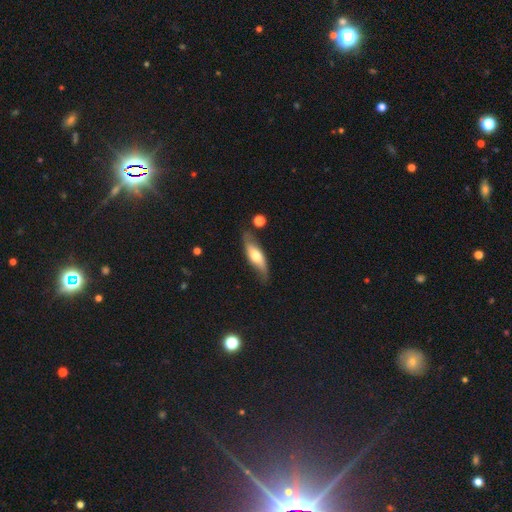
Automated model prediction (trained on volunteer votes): Smooth or featured?
  - smooth: 48% *
  - featured or disk: 46%
  - star or artifact: 6%
Merging?
  - none: 72% *
  - minor disturbance: 20%
  - major disturbance: 5%
  - merger: 3%